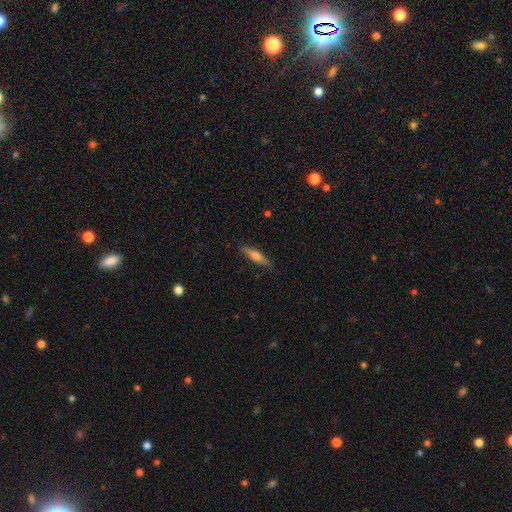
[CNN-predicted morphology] type=smooth (48%); merging=none (86%).